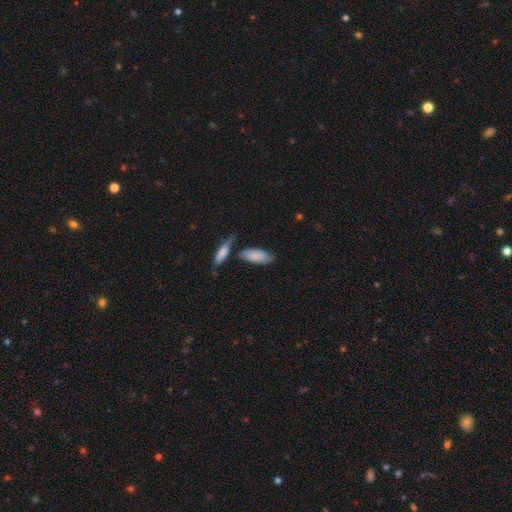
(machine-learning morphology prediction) Smooth or featured?
  - smooth: 62% *
  - featured or disk: 31%
  - star or artifact: 7%
How rounded?
  - in between: 82% *
  - cigar-shaped: 15%
  - round: 3%
Merging?
  - none: 53% *
  - minor disturbance: 20%
  - merger: 20%
  - major disturbance: 7%